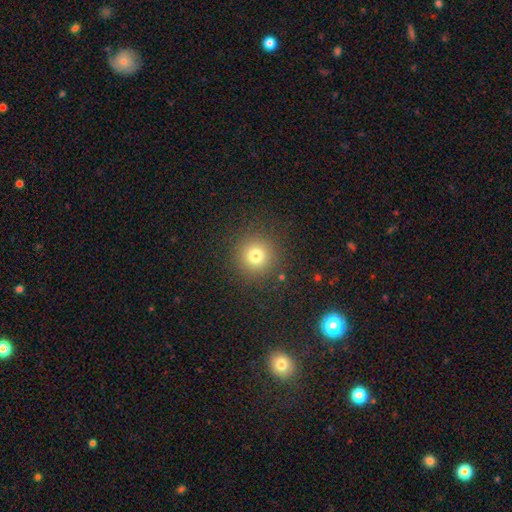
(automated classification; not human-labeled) This appears to be a smooth galaxy with no disk features (75%) that is round (95%). Merging: none (89%).